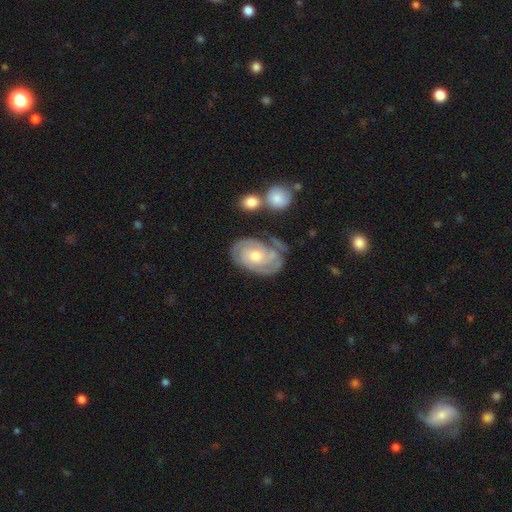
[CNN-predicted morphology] Q: Smooth or featured?
A: featured or disk (81%); runner-up: smooth (14%)
Q: Edge-on disk?
A: no (96%); runner-up: yes (4%)
Q: Bar?
A: no (73%); runner-up: weak (23%)
Q: Spiral arms?
A: yes (93%); runner-up: no (7%)
Q: Spiral winding?
A: tight (68%); runner-up: medium (26%)
Q: Spiral arm count?
A: 2 (42%); runner-up: can't tell (28%)
Q: Bulge size?
A: moderate (64%); runner-up: small (29%)
Q: Merging?
A: none (64%); runner-up: minor disturbance (20%)